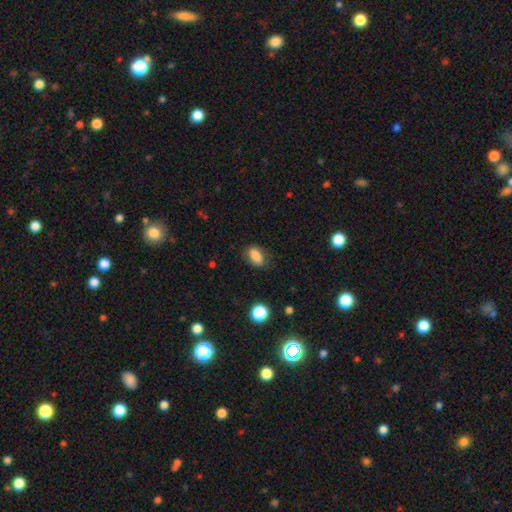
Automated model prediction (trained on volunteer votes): Smooth or featured: smooth — 83% (star or artifact — 9%)
How rounded: in between — 86% (round — 10%)
Merging: none — 78% (minor disturbance — 16%)